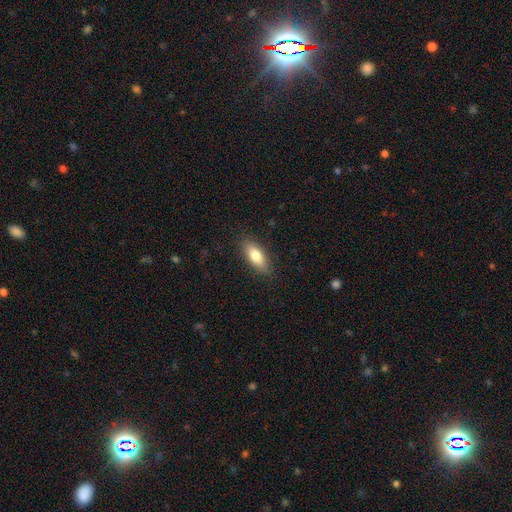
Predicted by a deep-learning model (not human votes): Smooth or featured?
  - smooth: 79% *
  - featured or disk: 14%
  - star or artifact: 7%
How rounded?
  - in between: 74% *
  - cigar-shaped: 23%
  - round: 3%
Merging?
  - none: 87% *
  - minor disturbance: 10%
  - major disturbance: 3%
  - merger: 1%